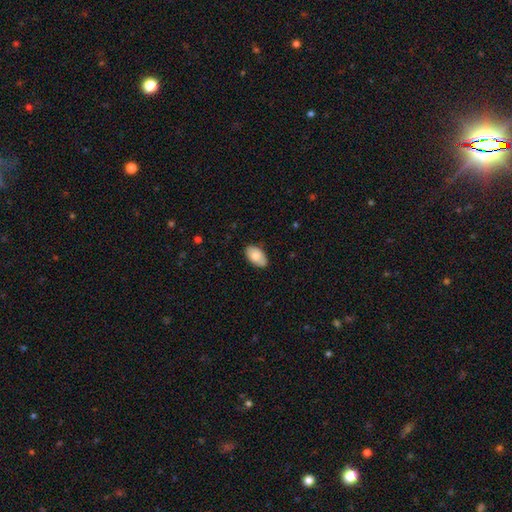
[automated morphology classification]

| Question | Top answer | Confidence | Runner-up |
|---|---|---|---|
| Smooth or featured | smooth | 75% | featured or disk (19%) |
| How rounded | in between | 94% | round (5%) |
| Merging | none | 83% | minor disturbance (14%) |